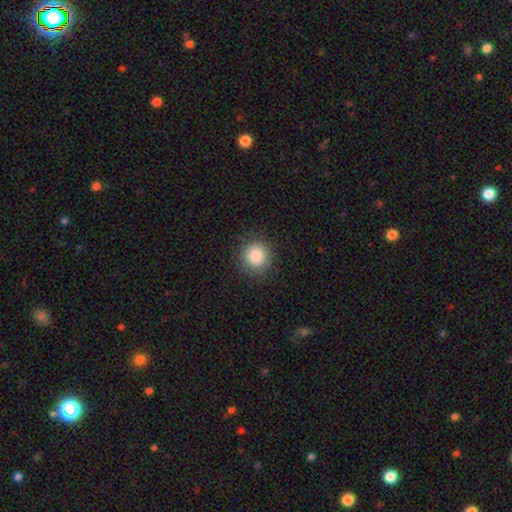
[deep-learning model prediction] smooth_or_featured: smooth (p=0.86) [alt: star or artifact p=0.09]
how_rounded: round (p=0.93) [alt: in between p=0.06]
merging: none (p=0.89) [alt: minor disturbance p=0.07]